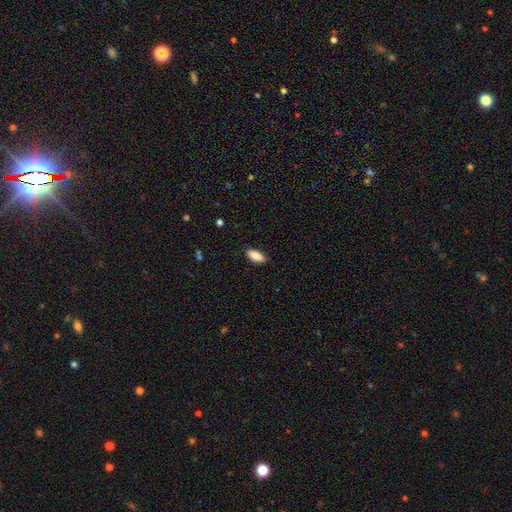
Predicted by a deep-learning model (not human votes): smooth_or_featured: smooth (p=0.89) [alt: star or artifact p=0.07]
how_rounded: in between (p=0.89) [alt: cigar-shaped p=0.09]
merging: none (p=0.86) [alt: minor disturbance p=0.11]